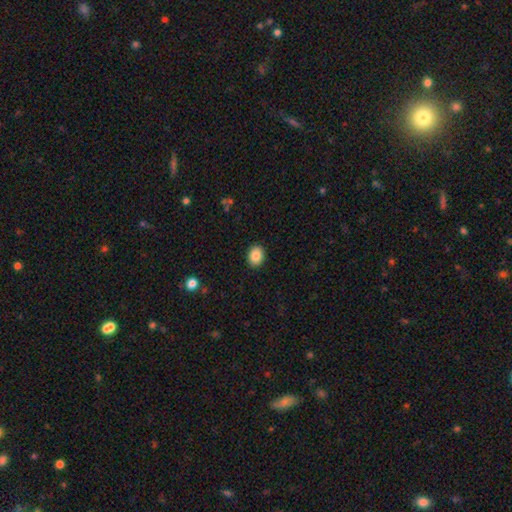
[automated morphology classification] type=smooth (86%); roundness=in between (55%); merging=none (90%).